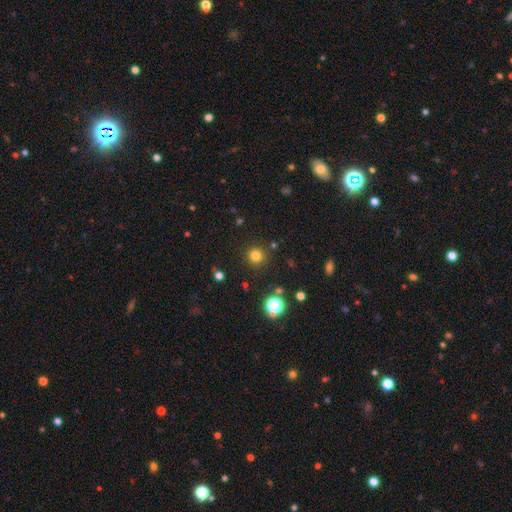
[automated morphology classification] This appears to be a smooth galaxy with no disk features (78%) that is round (95%). Merging: none (88%).